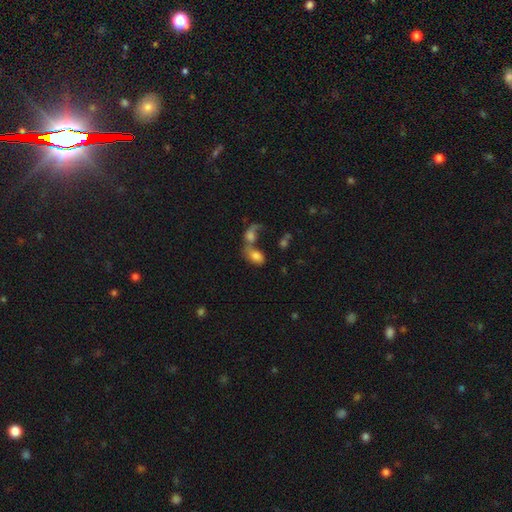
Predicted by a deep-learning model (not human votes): A smooth galaxy with no disk features (72%) that is in between round and cigar-shaped (85%).

Vote fractions:
- Smooth or featured? smooth: 72% / featured or disk: 19% / star or artifact: 10%
- How rounded? in between: 85% / round: 13% / cigar-shaped: 2%
- Merging? merger: 67% / none: 17% / major disturbance: 8% / minor disturbance: 7%